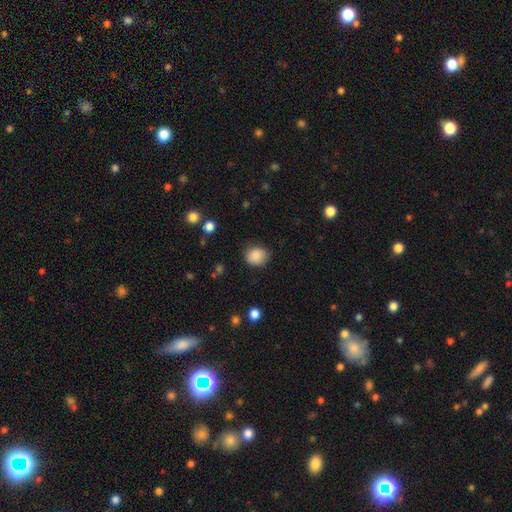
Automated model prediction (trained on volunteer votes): Smooth or featured? smooth (87%)
How rounded? round (68%)
Merging? none (80%)